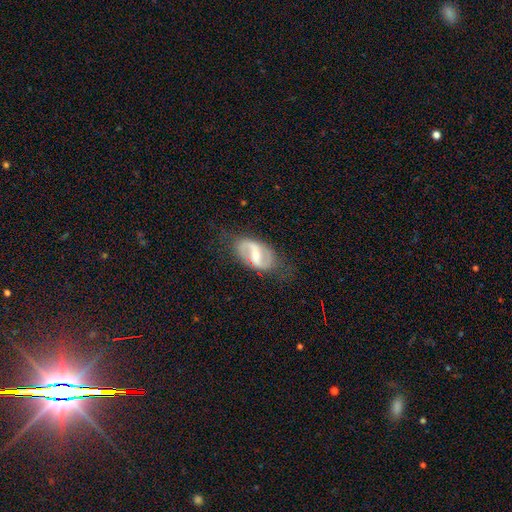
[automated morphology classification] Smooth or featured? Predicted: featured or disk (p=0.77). Edge-on disk? Predicted: no (p=0.96). Bar? Predicted: strong (p=0.52). Spiral arms? Predicted: yes (p=0.83). Spiral winding? Predicted: loose (p=0.44). Spiral arm count? Predicted: 2 (p=0.87). Bulge size? Predicted: moderate (p=0.45, tied with small). Merging? Predicted: none (p=0.67).